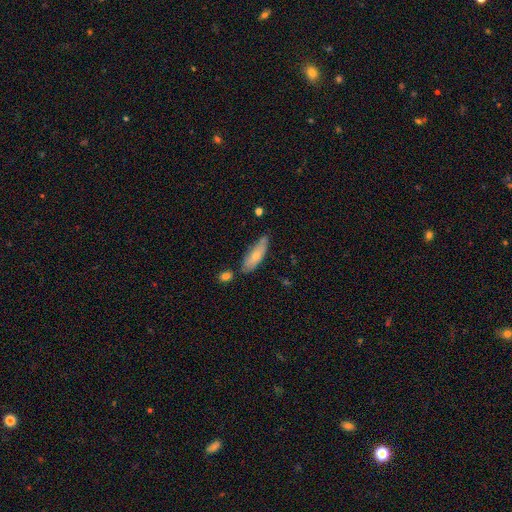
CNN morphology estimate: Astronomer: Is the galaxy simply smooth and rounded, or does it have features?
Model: smooth — 65%.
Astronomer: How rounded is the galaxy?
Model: in between — 52% (runner-up: cigar-shaped, 46%).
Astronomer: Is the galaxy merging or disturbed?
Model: none — 65%.